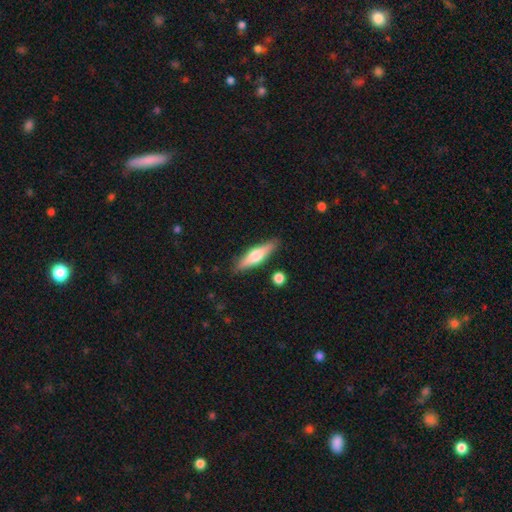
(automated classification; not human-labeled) The model was most divided on "smooth or featured": featured or disk: 48%, smooth: 46%, star or artifact: 6%. More confident: merging — none (86%).